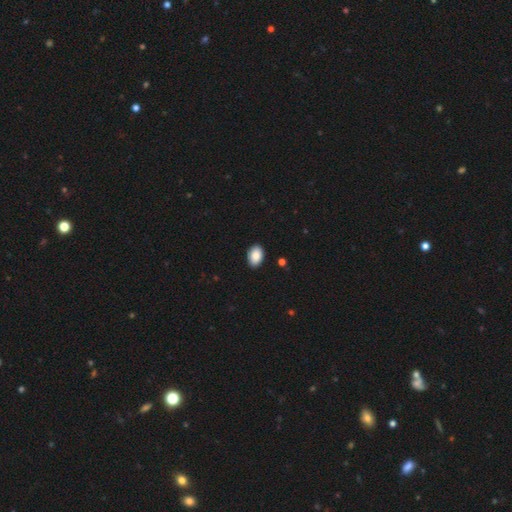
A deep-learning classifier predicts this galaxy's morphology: Q: Smooth or featured?
A: smooth (88%); runner-up: star or artifact (7%)
Q: How rounded?
A: in between (88%); runner-up: round (11%)
Q: Merging?
A: none (90%); runner-up: minor disturbance (7%)